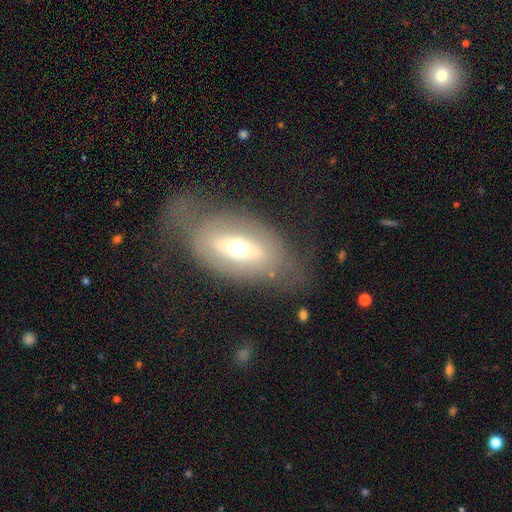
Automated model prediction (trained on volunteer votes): This appears to be a featured or disk galaxy (55%). Merging: none (51%).